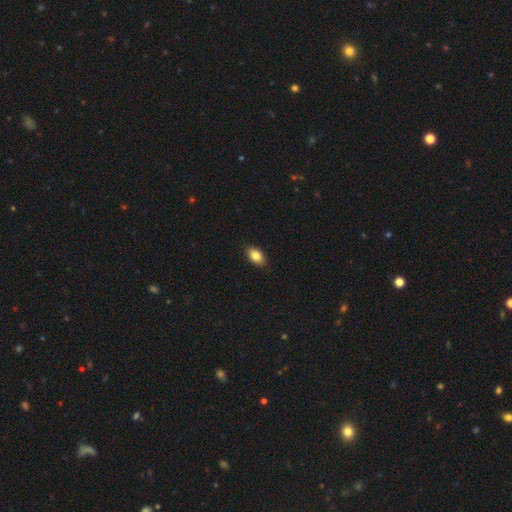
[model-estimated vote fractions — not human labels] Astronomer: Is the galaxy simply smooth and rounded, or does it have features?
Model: smooth — 85%.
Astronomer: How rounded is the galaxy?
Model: in between — 89%.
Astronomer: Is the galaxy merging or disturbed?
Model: none — 89%.